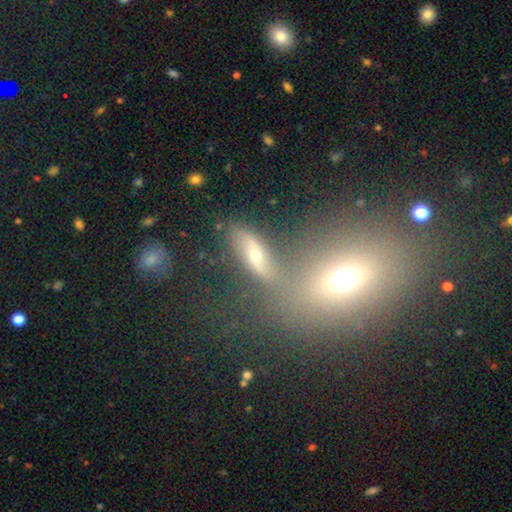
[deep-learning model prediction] Smooth or featured? Predicted: featured or disk (p=0.50). Merging? Predicted: none (p=0.57).